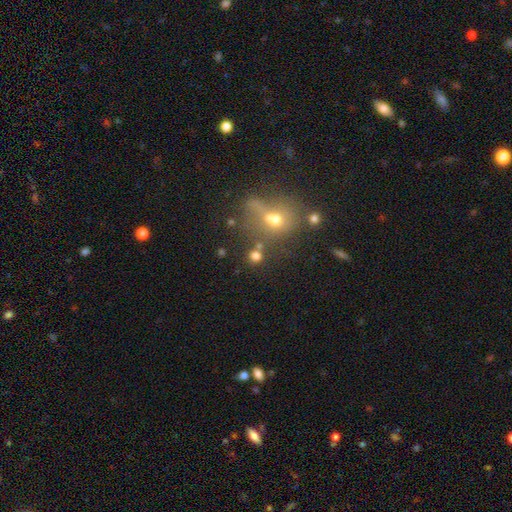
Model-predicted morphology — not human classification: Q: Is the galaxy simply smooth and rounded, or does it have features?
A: smooth — 72%.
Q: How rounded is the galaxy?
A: round — 84%.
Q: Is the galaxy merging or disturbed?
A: none — 59%.